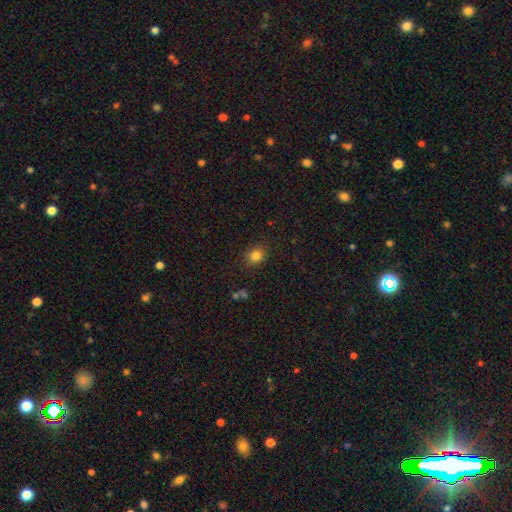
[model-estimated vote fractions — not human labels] smooth_or_featured: smooth (p=0.82) [alt: star or artifact p=0.12]
how_rounded: round (p=0.69) [alt: in between p=0.30]
merging: none (p=0.86) [alt: minor disturbance p=0.10]